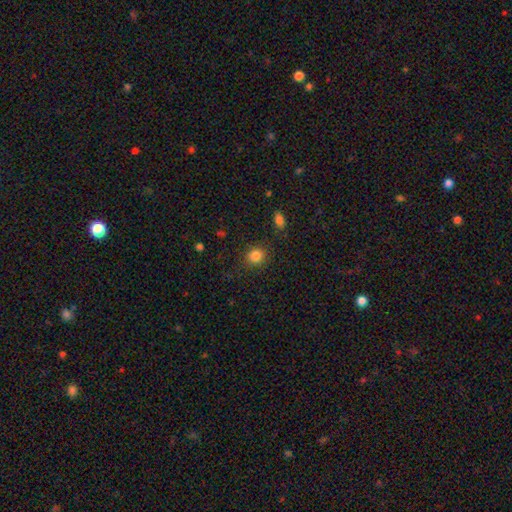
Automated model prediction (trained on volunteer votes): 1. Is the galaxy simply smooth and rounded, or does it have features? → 84% smooth, 11% star or artifact, 5% featured or disk.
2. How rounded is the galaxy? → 77% round, 22% in between, 1% cigar-shaped.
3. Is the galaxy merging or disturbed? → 86% none, 9% minor disturbance, 3% major disturbance, 2% merger.